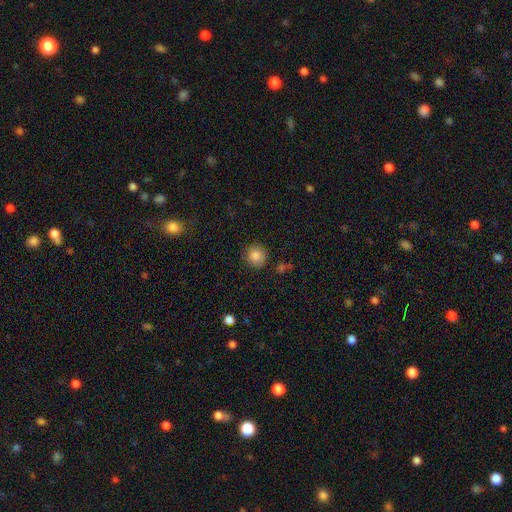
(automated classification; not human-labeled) Morphology: type=smooth (85%); roundness=round (88%); merging=none (84%).